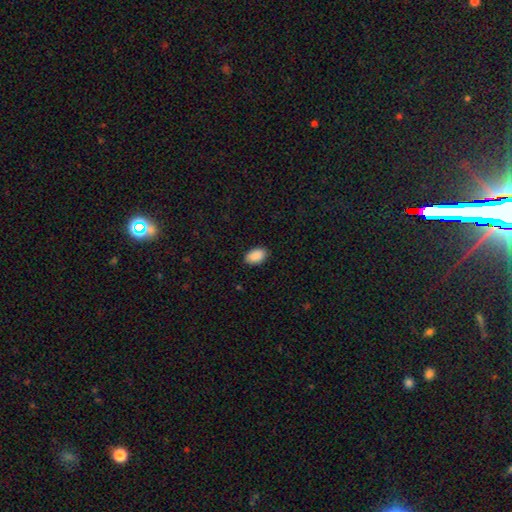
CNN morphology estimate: smooth_or_featured: smooth (p=0.91) [alt: star or artifact p=0.07]
how_rounded: in between (p=0.92) [alt: round p=0.07]
merging: none (p=0.88) [alt: minor disturbance p=0.09]